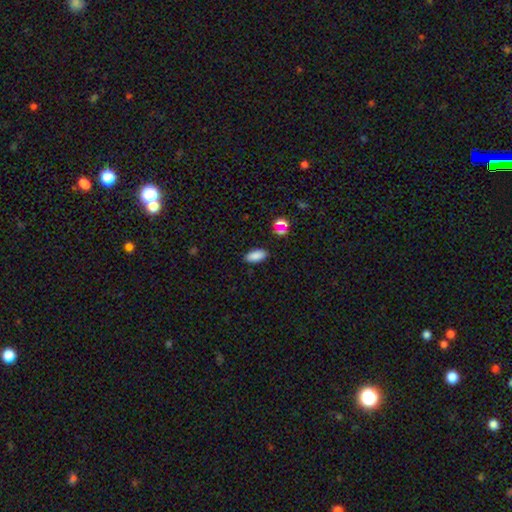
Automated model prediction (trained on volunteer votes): Overall: smooth (85%). How rounded: in between (88%). Merging: none (87%).